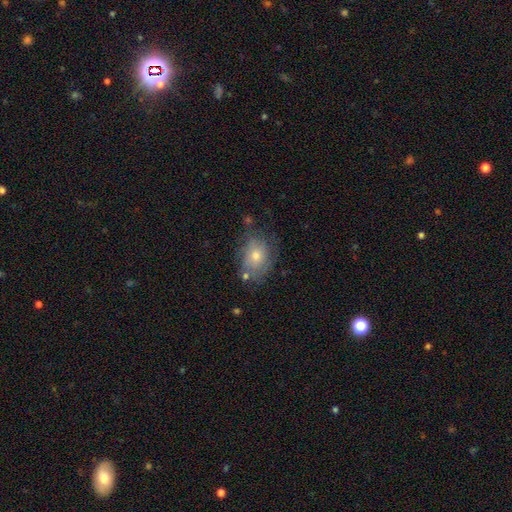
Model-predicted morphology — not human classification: Smooth or featured?
  - smooth: 52% *
  - featured or disk: 36%
  - star or artifact: 12%
How rounded?
  - in between: 63% *
  - round: 36%
  - cigar-shaped: 1%
Merging?
  - none: 60% *
  - minor disturbance: 25%
  - major disturbance: 9%
  - merger: 6%